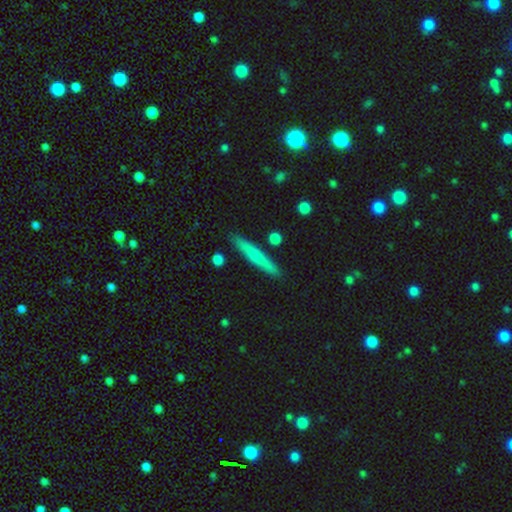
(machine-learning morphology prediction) type=smooth (64%); roundness=cigar-shaped (94%); merging=none (89%).